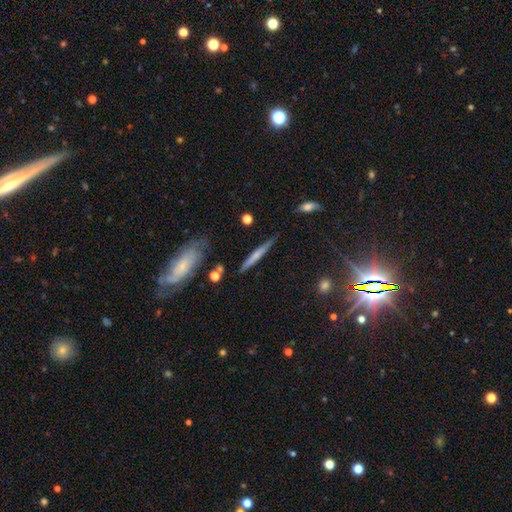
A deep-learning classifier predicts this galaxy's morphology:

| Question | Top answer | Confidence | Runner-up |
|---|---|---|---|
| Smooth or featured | smooth | 49% | featured or disk (45%) |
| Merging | none | 80% | minor disturbance (14%) |